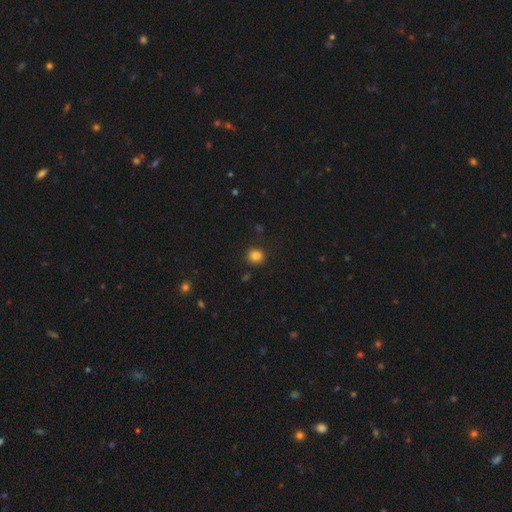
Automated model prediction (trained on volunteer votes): This appears to be a smooth galaxy with no disk features (84%) that is round (82%). Merging: none (89%).